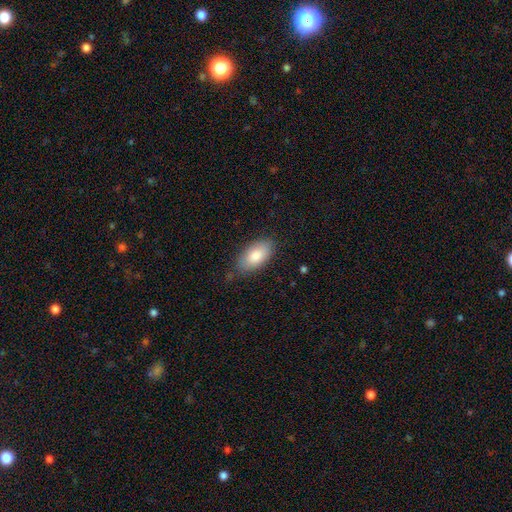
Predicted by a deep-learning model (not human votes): A smooth galaxy with no disk features (83%) that is in between round and cigar-shaped (93%). Merging: none (76%).